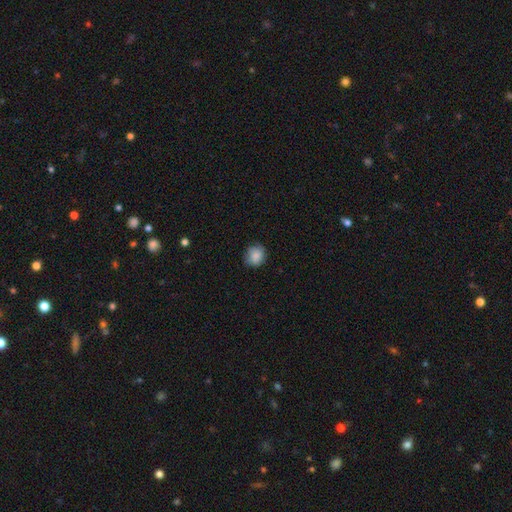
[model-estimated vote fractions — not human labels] smooth_or_featured: smooth (p=0.87) [alt: star or artifact p=0.08]
how_rounded: round (p=0.82) [alt: in between p=0.17]
merging: none (p=0.81) [alt: minor disturbance p=0.15]